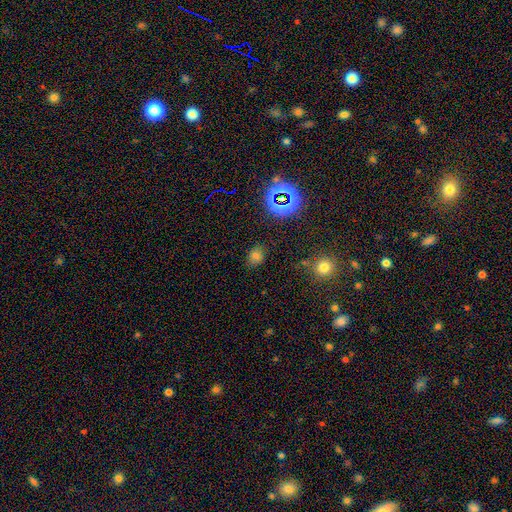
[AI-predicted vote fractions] This appears to be a smooth galaxy with no disk features (66%) that is in between round and cigar-shaped (54%). Merging: none (82%).